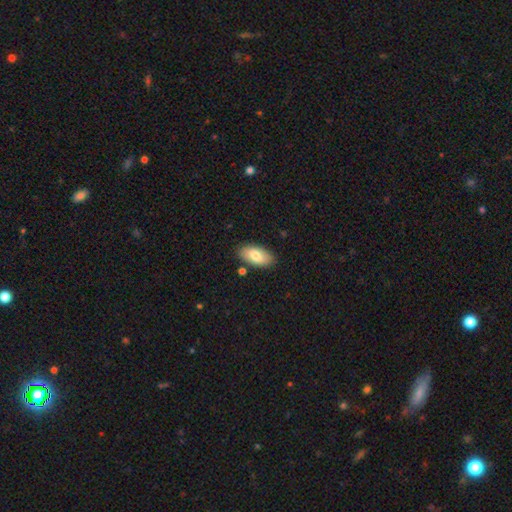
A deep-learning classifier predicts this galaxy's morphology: This appears to be a smooth galaxy with no disk features (75%) that is in between round and cigar-shaped (93%). Merging: none (85%).